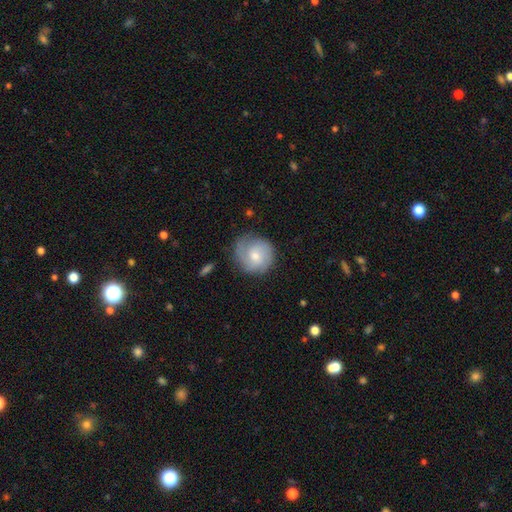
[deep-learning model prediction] A featured or disk galaxy (55%) with no bar (62%), spiral arms (88%) and a moderate central bulge (55%).

Vote fractions:
- Smooth or featured? featured or disk: 55% / smooth: 39% / star or artifact: 6%
- Edge-on disk? no: 97% / yes: 3%
- Bar? no: 62% / weak: 34% / strong: 4%
- Spiral arms? yes: 88% / no: 12%
- Bulge size? moderate: 55% / small: 37% / large: 4% / none: 2% / dominant: 1%
- Merging? none: 72% / minor disturbance: 19% / major disturbance: 7% / merger: 2%